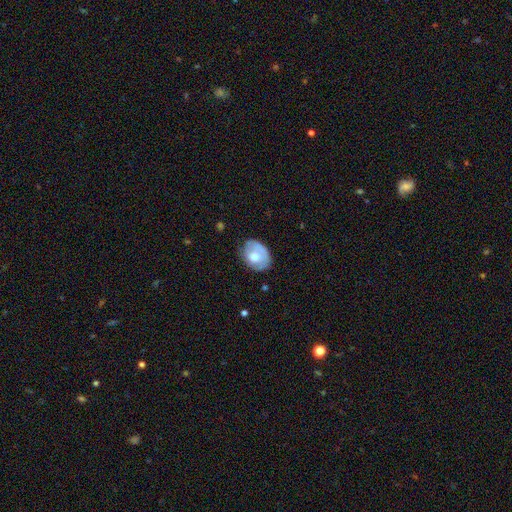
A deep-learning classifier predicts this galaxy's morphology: Smooth or featured? smooth (58%)
How rounded? in between (64%)
Merging? none (57%)